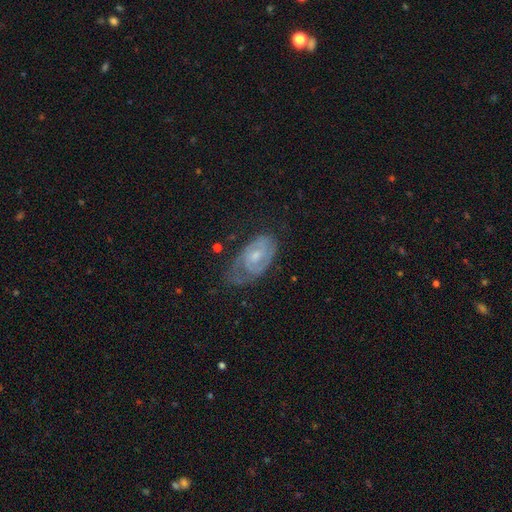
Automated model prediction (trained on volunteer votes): The model was most divided on "bar": no: 48%, weak: 44%, strong: 8%. More confident: edge-on disk — no (96%); spiral arms — yes (93%); smooth or featured — featured or disk (81%); spiral arm count — 2 (66%); merging — none (58%); spiral winding — tight (58%); bulge size — small (52%).